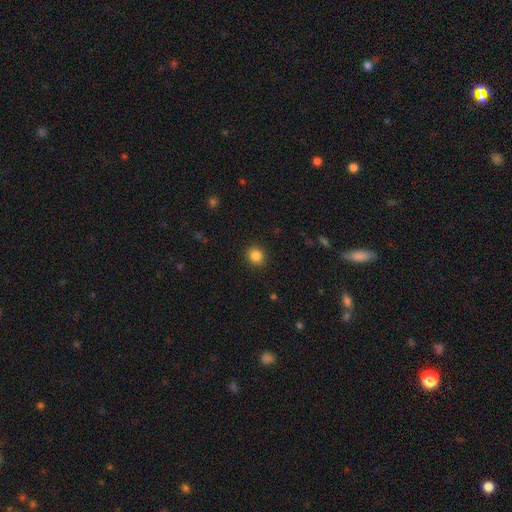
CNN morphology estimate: Q: Smooth or featured?
A: smooth (85%); runner-up: star or artifact (11%)
Q: How rounded?
A: round (82%); runner-up: in between (17%)
Q: Merging?
A: none (91%); runner-up: minor disturbance (6%)